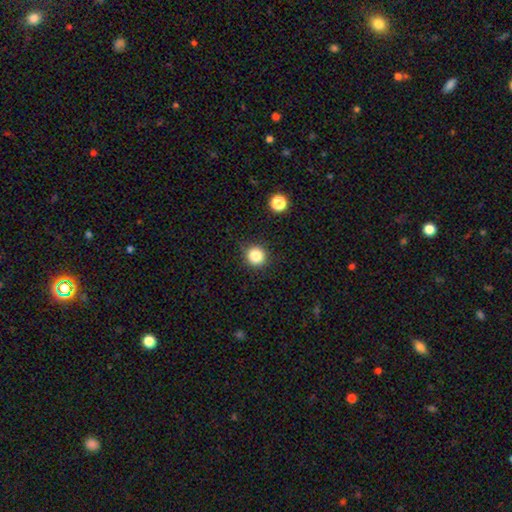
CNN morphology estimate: smooth 83%, star or artifact 12%, featured or disk 5%. Down the decision tree: how rounded — round (93%); merging — none (87%).